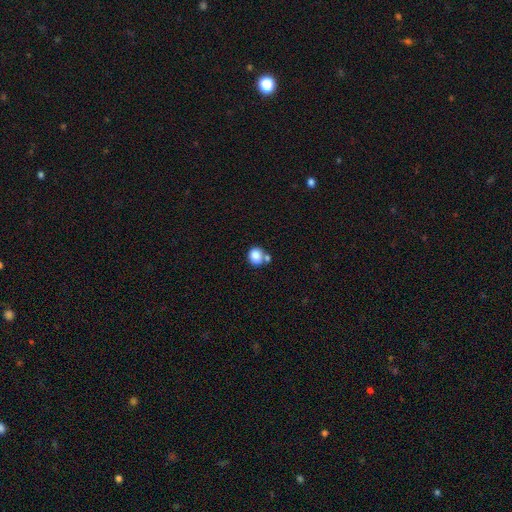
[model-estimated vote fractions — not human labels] A smooth galaxy with no disk features (85%) that is round (69%).

Vote fractions:
- Smooth or featured? smooth: 85% / star or artifact: 9% / featured or disk: 6%
- How rounded? round: 69% / in between: 30% / cigar-shaped: 1%
- Merging? none: 57% / merger: 27% / minor disturbance: 13% / major disturbance: 4%